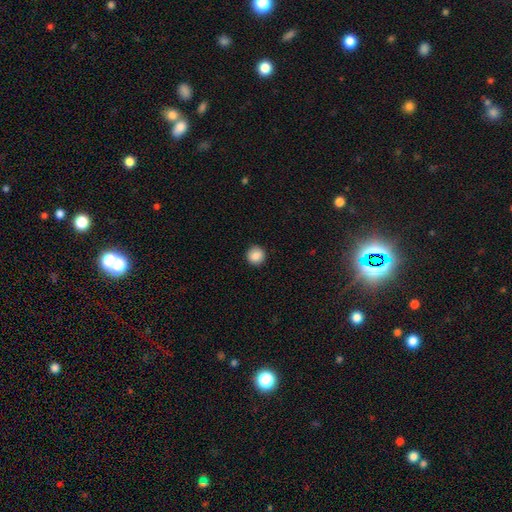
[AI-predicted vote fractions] Q: Smooth or featured?
A: smooth (88%); runner-up: star or artifact (9%)
Q: How rounded?
A: round (93%); runner-up: in between (6%)
Q: Merging?
A: none (92%); runner-up: minor disturbance (6%)